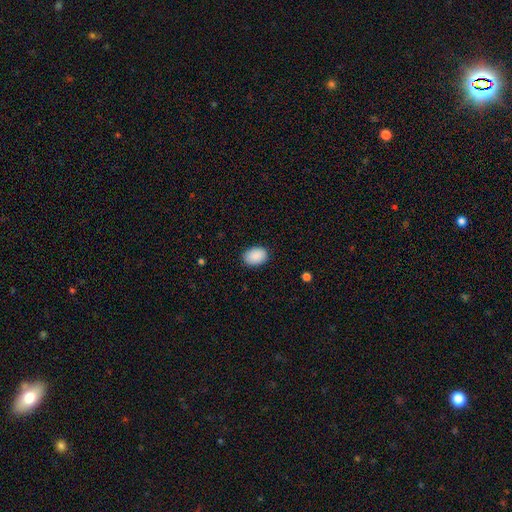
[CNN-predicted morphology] A smooth galaxy with no disk features (91%) that is in between round and cigar-shaped (83%). Merging: none (88%).